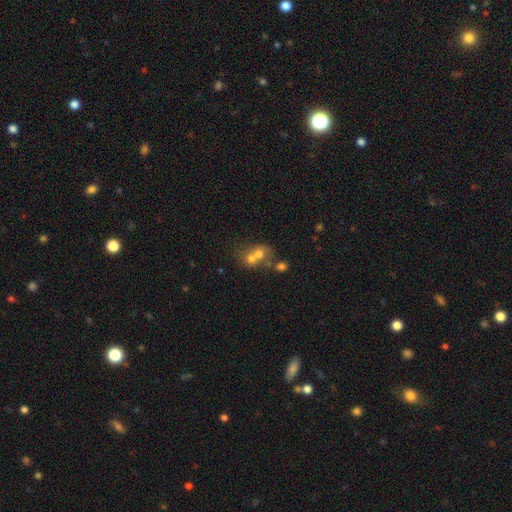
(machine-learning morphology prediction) Smooth or featured: smooth — 64% (featured or disk — 22%)
How rounded: round — 68% (in between — 31%)
Merging: merger — 66% (none — 24%)